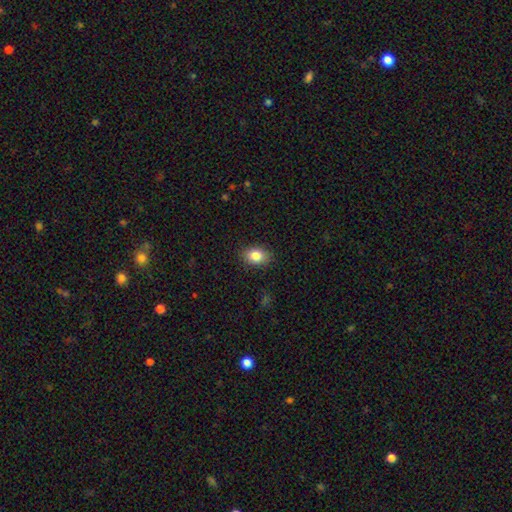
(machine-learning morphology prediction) This is clearly a smooth galaxy (84%). How rounded: likely in between (71%). Merging: clearly none (88%).